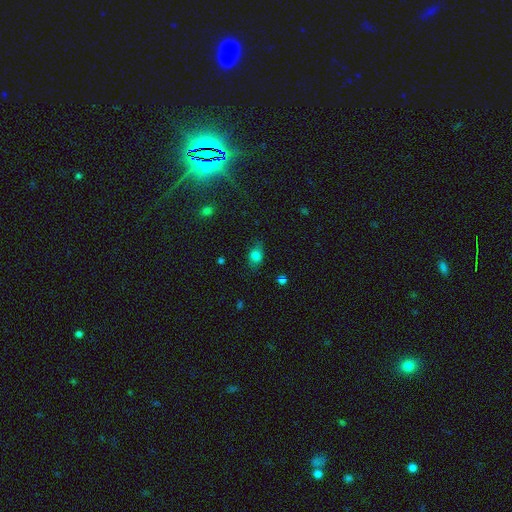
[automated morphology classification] The model was most divided on "how rounded": in between: 68%, round: 30%, cigar-shaped: 2%. More confident: smooth or featured — smooth (77%); merging — none (73%).